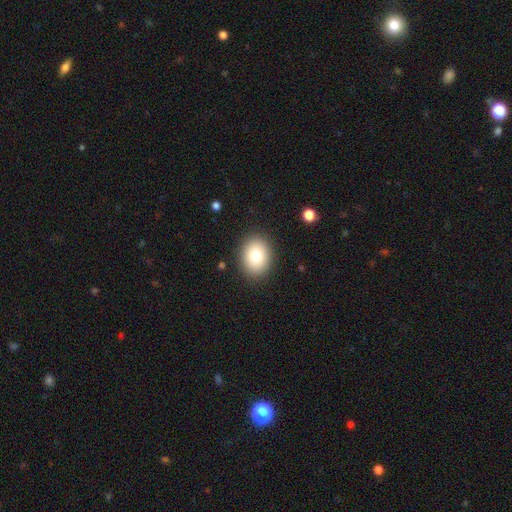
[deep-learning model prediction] Smooth or featured?
  - smooth: 80% *
  - featured or disk: 11%
  - star or artifact: 9%
How rounded?
  - in between: 56% *
  - round: 44%
  - cigar-shaped: 1%
Merging?
  - none: 89% *
  - minor disturbance: 8%
  - major disturbance: 3%
  - merger: 1%